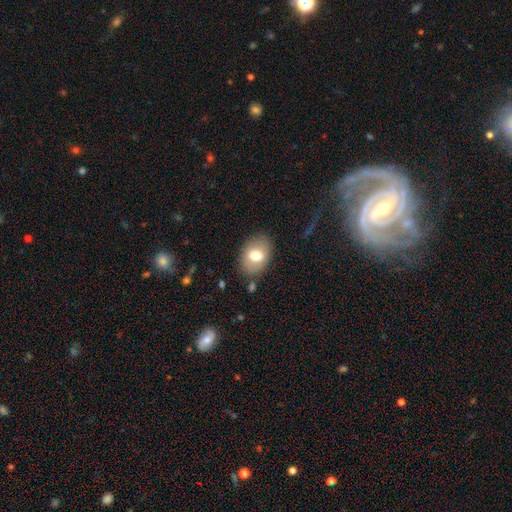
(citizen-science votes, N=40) smooth-or-featured: smooth: 75% | featured or disk: 22% | star or artifact: 2%
  how-rounded: in between: 77% | round: 23% | cigar-shaped: 0%
  merging: none: 85% | minor disturbance: 8% | merger: 5% | major disturbance: 3%